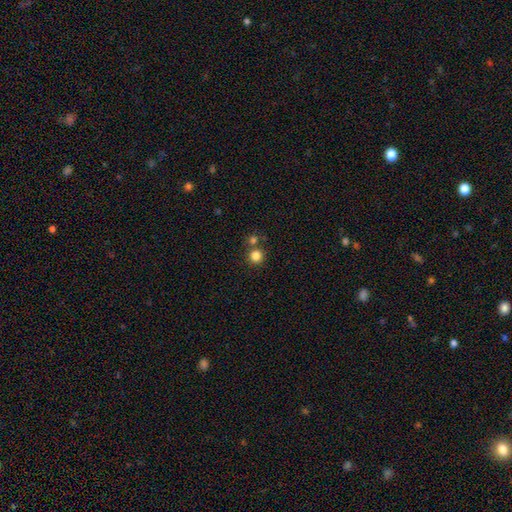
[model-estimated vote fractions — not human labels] Smooth or featured? Predicted: smooth (p=0.83). How rounded? Predicted: round (p=0.94). Merging? Predicted: none (p=0.72).